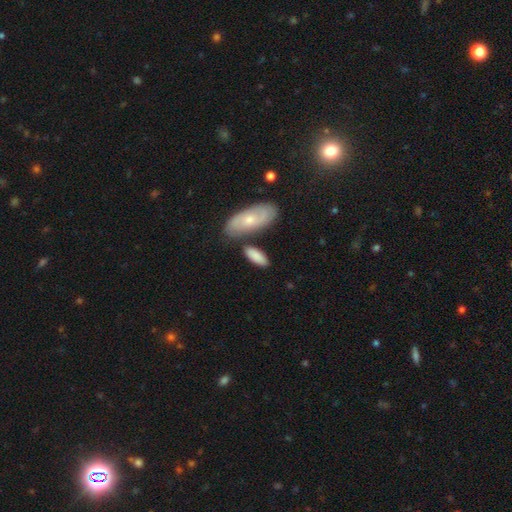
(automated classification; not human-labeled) Smooth or featured?
  - smooth: 81% *
  - featured or disk: 14%
  - star or artifact: 5%
How rounded?
  - in between: 79% *
  - cigar-shaped: 19%
  - round: 2%
Merging?
  - none: 66% *
  - minor disturbance: 16%
  - merger: 14%
  - major disturbance: 4%